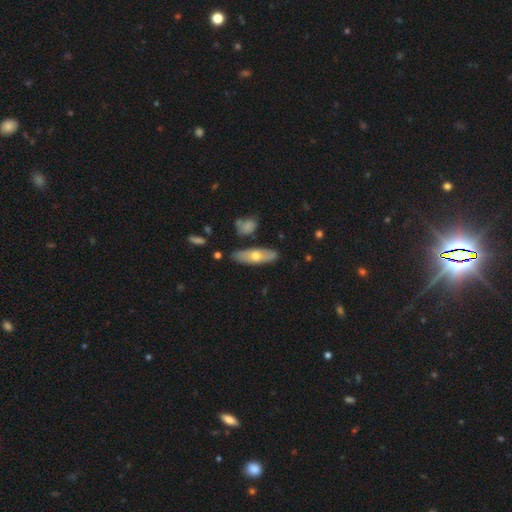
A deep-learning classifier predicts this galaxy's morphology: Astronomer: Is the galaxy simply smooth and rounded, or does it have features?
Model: smooth — 55% (runner-up: featured or disk, 39%).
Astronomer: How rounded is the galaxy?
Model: in between — 56% (runner-up: cigar-shaped, 41%).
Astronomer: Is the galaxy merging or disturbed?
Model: none — 81%.